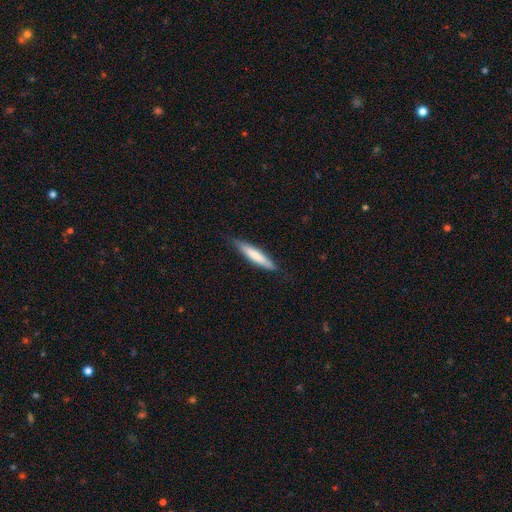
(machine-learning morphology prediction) A smooth galaxy with no disk features (74%) that is cigar-shaped (89%).

Vote fractions:
- Smooth or featured? smooth: 74% / featured or disk: 21% / star or artifact: 5%
- How rounded? cigar-shaped: 89% / in between: 10% / round: 1%
- Merging? none: 84% / minor disturbance: 13% / major disturbance: 2% / merger: 1%